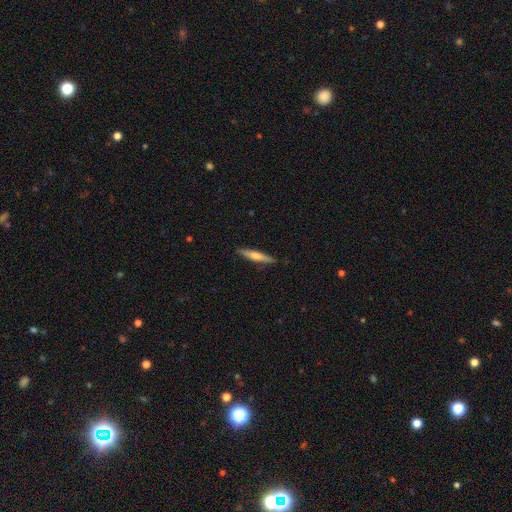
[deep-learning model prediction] This is possibly a smooth galaxy (48%). Merging: clearly none (90%).